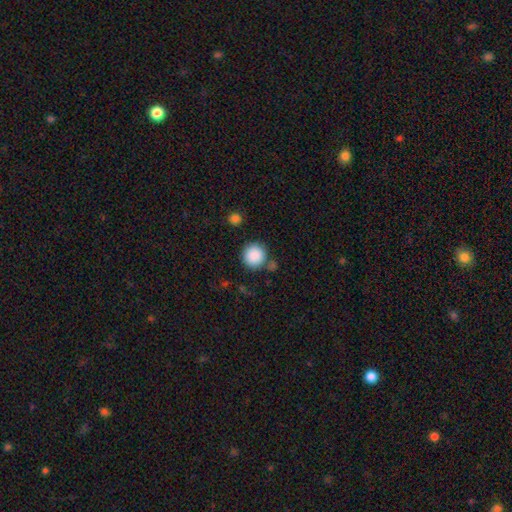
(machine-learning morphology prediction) Q: Smooth or featured?
A: smooth (88%); runner-up: star or artifact (8%)
Q: How rounded?
A: round (94%); runner-up: in between (5%)
Q: Merging?
A: none (80%); runner-up: minor disturbance (10%)